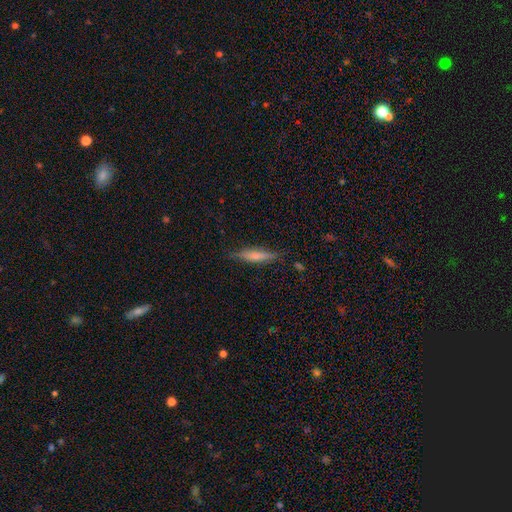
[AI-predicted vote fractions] Overall: smooth (61%; featured or disk 32%). How rounded: cigar-shaped (84%). Merging: none (83%).